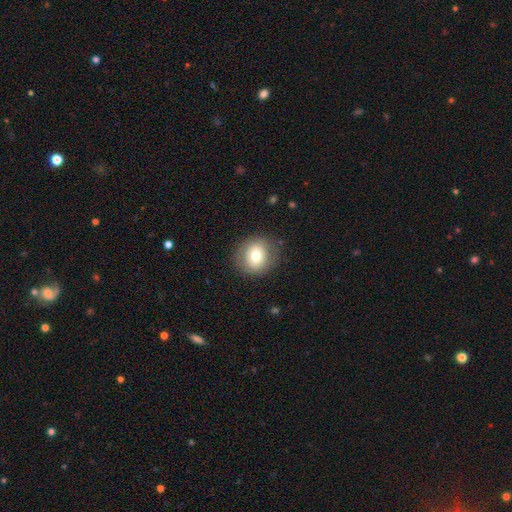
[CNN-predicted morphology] This appears to be a smooth galaxy with no disk features (72%) that is round (83%). Merging: none (85%).